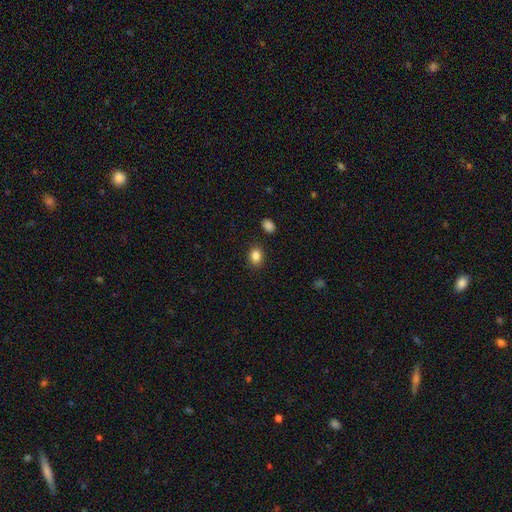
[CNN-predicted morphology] type=smooth (86%); roundness=in between (59%); merging=none (86%).